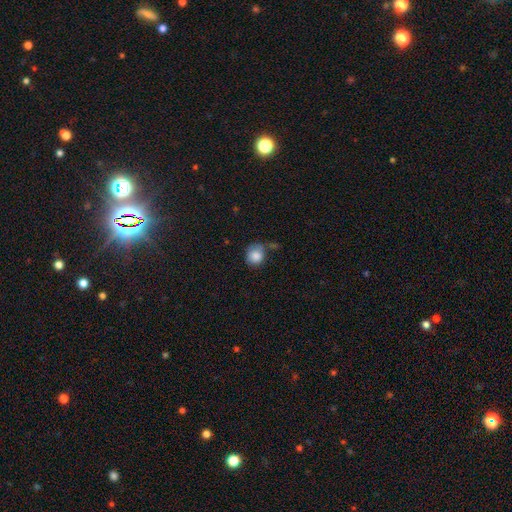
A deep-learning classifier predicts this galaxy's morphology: Smooth or featured? smooth (85%)
How rounded? round (79%)
Merging? none (53%)